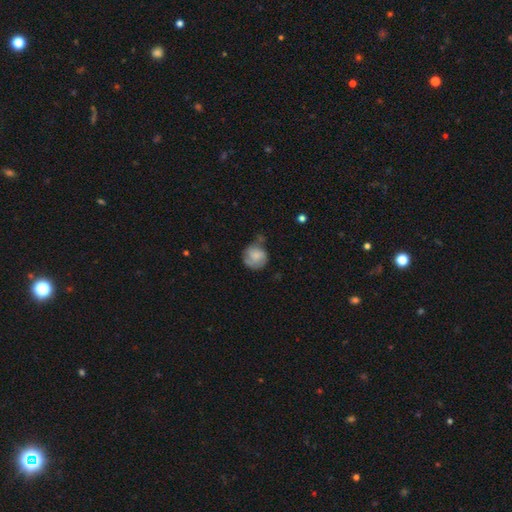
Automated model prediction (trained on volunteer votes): Morphology: type=smooth (53%); roundness=round (78%); merging=none (43%).